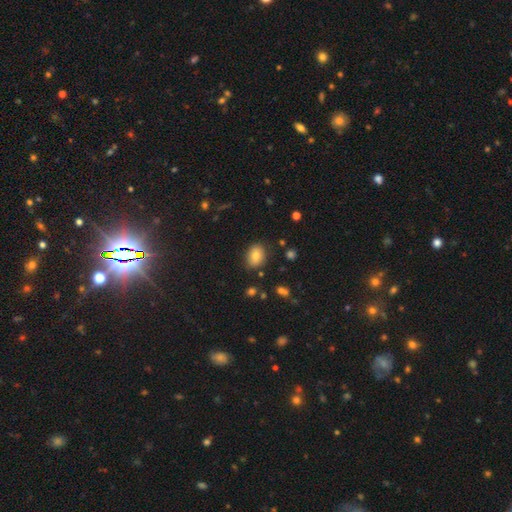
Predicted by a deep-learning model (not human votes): Overall: smooth (80%). How rounded: in between (59%; round 40%). Merging: none (83%).